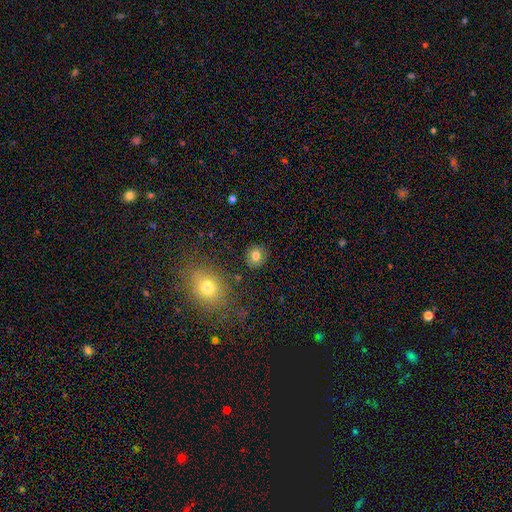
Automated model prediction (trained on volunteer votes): Overall: smooth (79%). How rounded: round (82%). Merging: none (87%).